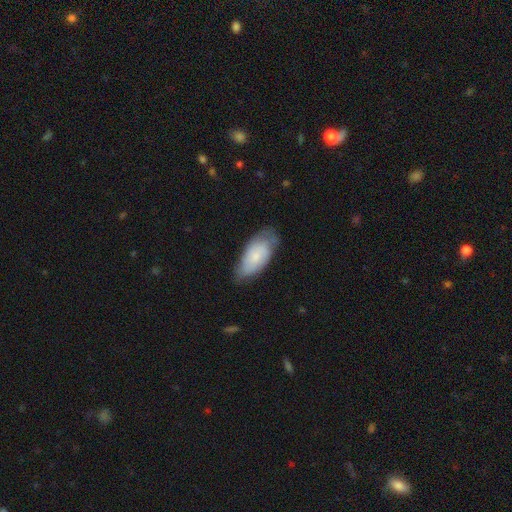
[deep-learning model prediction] Q: Smooth or featured?
A: smooth (59%); runner-up: featured or disk (34%)
Q: How rounded?
A: in between (89%); runner-up: cigar-shaped (8%)
Q: Merging?
A: none (57%); runner-up: minor disturbance (33%)